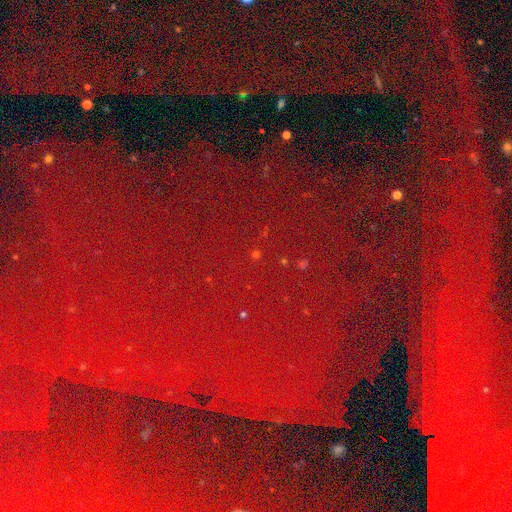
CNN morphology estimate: Smooth or featured? star or artifact (86%)